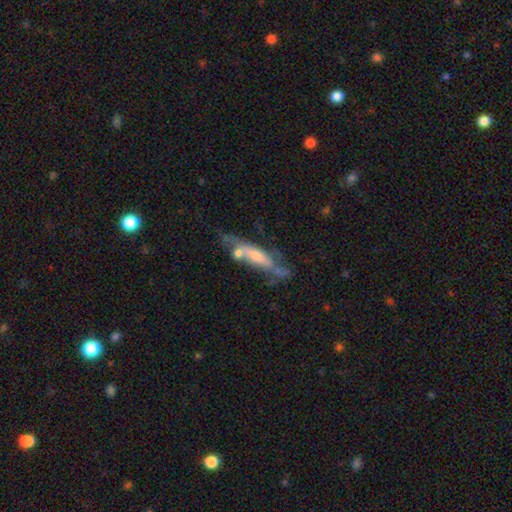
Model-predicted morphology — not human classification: smooth-or-featured: featured or disk: 50% | smooth: 42% | star or artifact: 8%
  merging: merger: 29% | none: 28% | major disturbance: 23% | minor disturbance: 20%